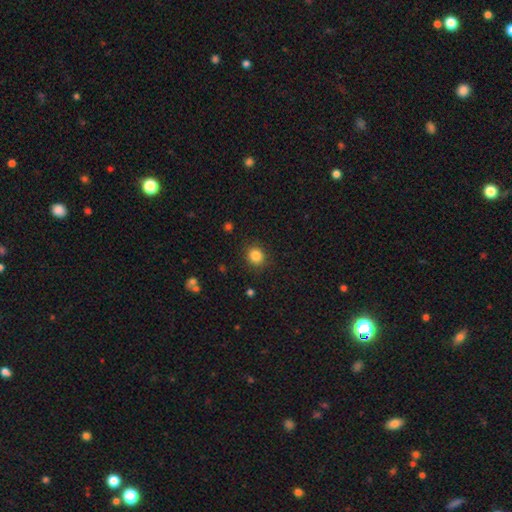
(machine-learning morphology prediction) The model was most divided on "how rounded": round: 81%, in between: 18%, cigar-shaped: 1%. More confident: merging — none (88%); smooth or featured — smooth (85%).